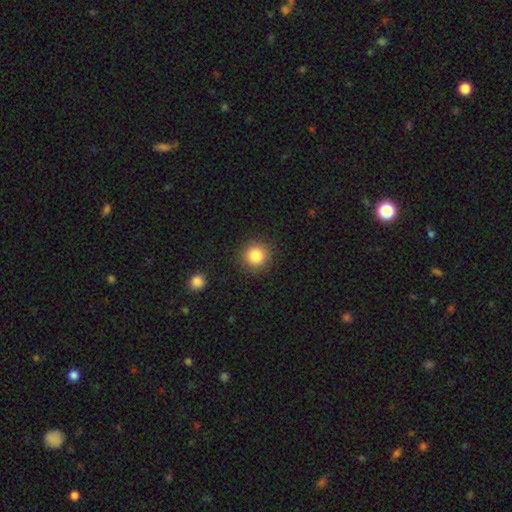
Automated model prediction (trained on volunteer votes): A smooth galaxy with no disk features (85%) that is round (93%). Merging: none (90%).